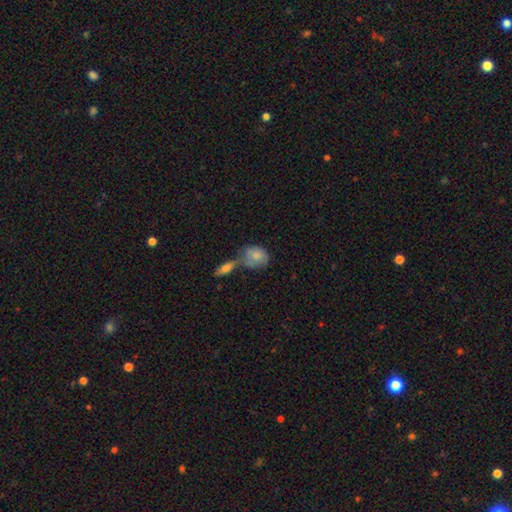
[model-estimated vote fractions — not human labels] Smooth or featured: smooth — 75% (featured or disk — 18%)
How rounded: in between — 51% (round — 46%)
Merging: merger — 42% (none — 34%)